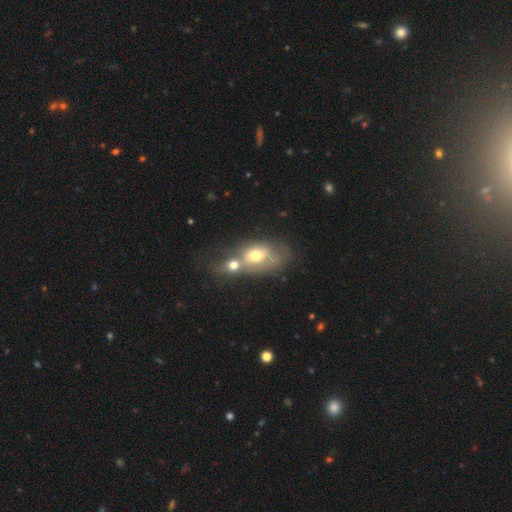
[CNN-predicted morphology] A smooth galaxy with no disk features (57%) that is in between round and cigar-shaped (79%). Merging: merger (59%).